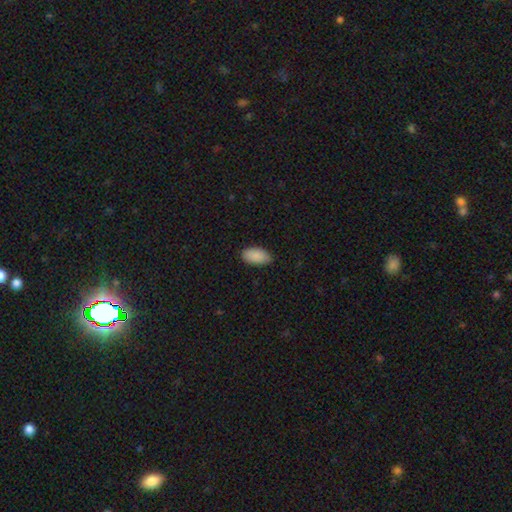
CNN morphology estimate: This is clearly a smooth galaxy (90%). How rounded: clearly in between (95%). Merging: clearly none (83%).